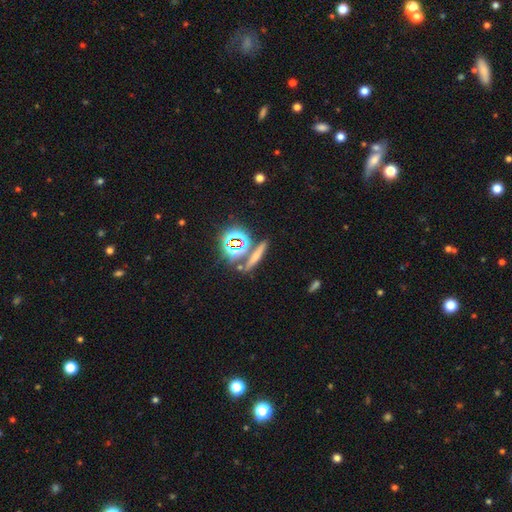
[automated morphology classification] Smooth or featured: smooth — 49% (star or artifact — 30%)
Merging: none — 77% (merger — 11%)